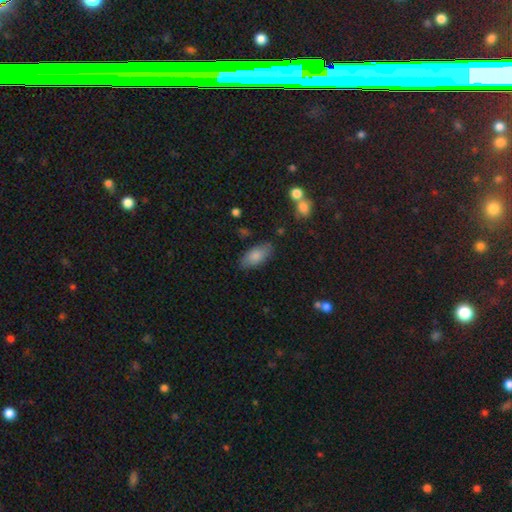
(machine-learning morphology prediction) Smooth or featured? Predicted: smooth (p=0.83). How rounded? Predicted: in between (p=0.88). Merging? Predicted: none (p=0.80).